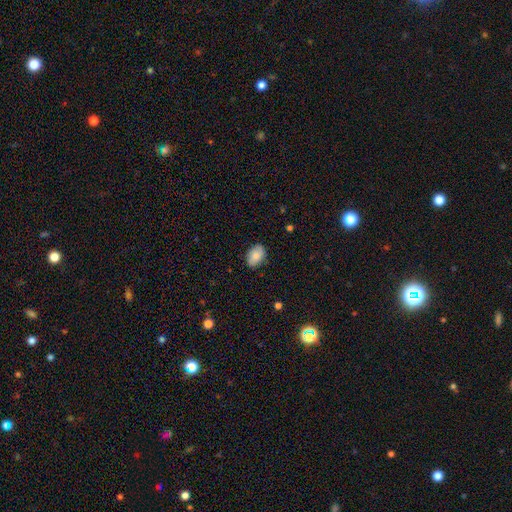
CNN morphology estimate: The model was most divided on "merging": none: 82%, minor disturbance: 14%, major disturbance: 3%, merger: 1%. More confident: how rounded — in between (86%); smooth or featured — smooth (85%).